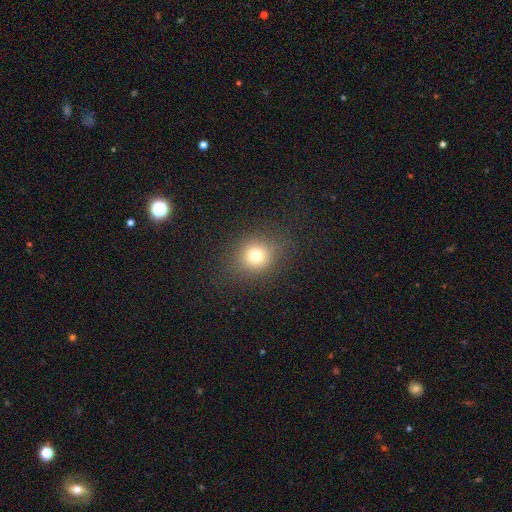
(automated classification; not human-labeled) This appears to be a smooth galaxy with no disk features (73%) that is round (82%). Merging: none (84%).